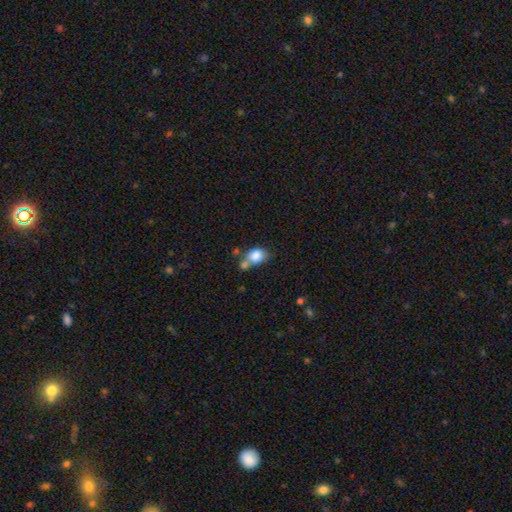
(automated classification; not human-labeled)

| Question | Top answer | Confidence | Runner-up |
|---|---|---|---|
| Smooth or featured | smooth | 83% | star or artifact (9%) |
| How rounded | in between | 57% | round (42%) |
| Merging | none | 43% | merger (36%) |